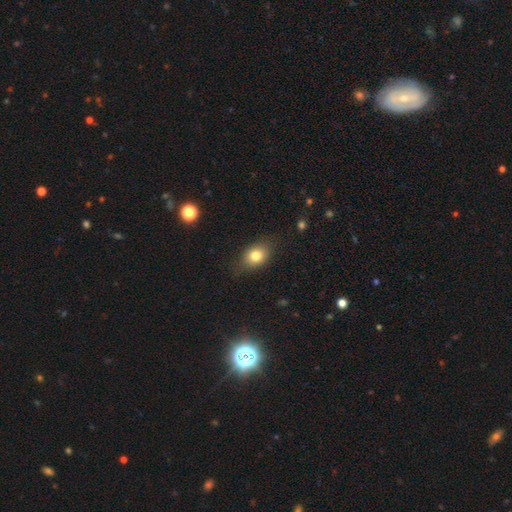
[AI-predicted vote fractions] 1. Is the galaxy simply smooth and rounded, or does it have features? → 79% smooth, 11% featured or disk, 10% star or artifact.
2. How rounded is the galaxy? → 64% in between, 35% round, 2% cigar-shaped.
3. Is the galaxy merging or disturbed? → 77% none, 17% minor disturbance, 4% major disturbance, 1% merger.